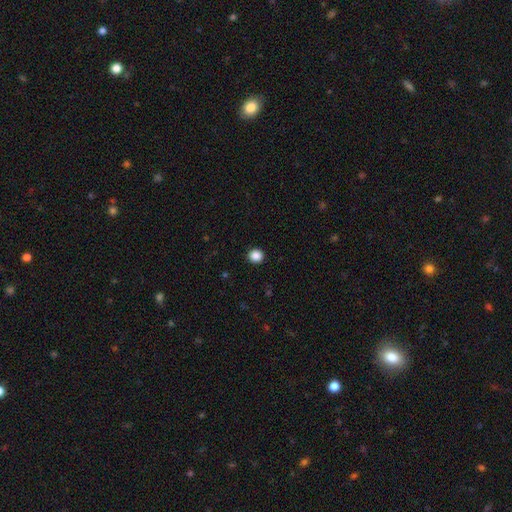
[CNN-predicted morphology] Smooth or featured: smooth — 87% (star or artifact — 10%)
How rounded: round — 91% (in between — 8%)
Merging: none — 93% (minor disturbance — 4%)